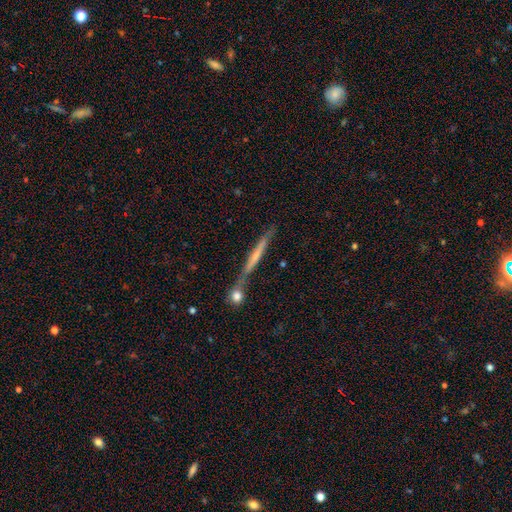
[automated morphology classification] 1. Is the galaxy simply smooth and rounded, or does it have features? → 52% featured or disk, 41% smooth, 8% star or artifact.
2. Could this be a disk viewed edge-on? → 92% yes, 8% no.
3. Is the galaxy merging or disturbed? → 59% none, 23% merger, 13% minor disturbance, 5% major disturbance.